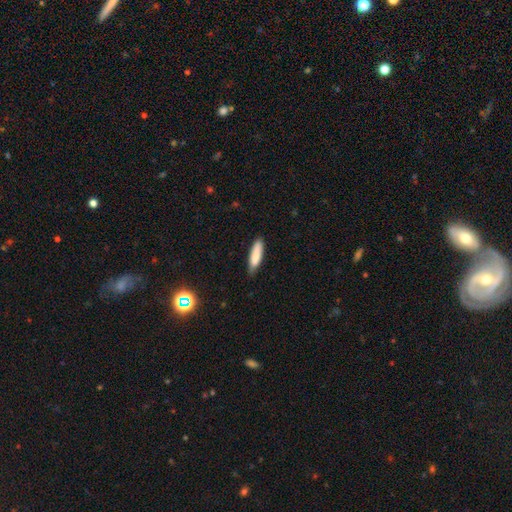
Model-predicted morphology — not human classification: smooth 83%, featured or disk 11%, star or artifact 6%. Down the decision tree: how rounded — cigar-shaped (67%); merging — none (78%).